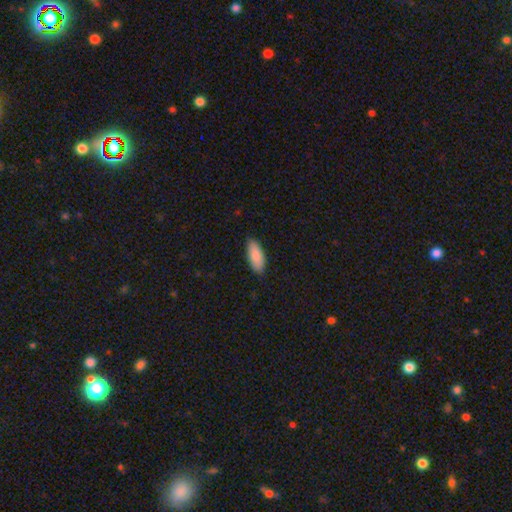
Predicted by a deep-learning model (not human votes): smooth_or_featured: smooth (p=0.88) [alt: featured or disk p=0.06]
how_rounded: in between (p=0.82) [alt: cigar-shaped p=0.17]
merging: none (p=0.85) [alt: minor disturbance p=0.12]